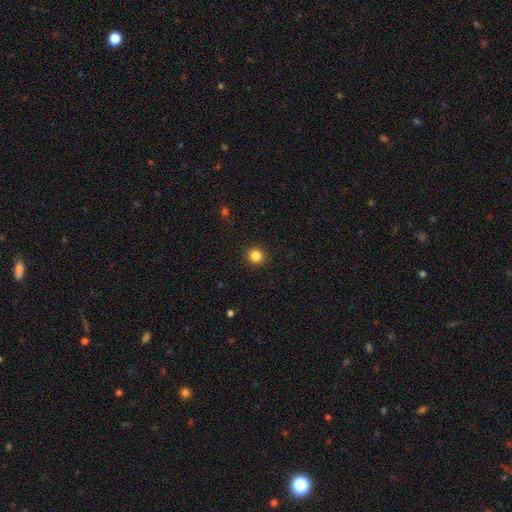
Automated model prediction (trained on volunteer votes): A smooth galaxy with no disk features (84%) that is round (94%).

Vote fractions:
- Smooth or featured? smooth: 84% / star or artifact: 11% / featured or disk: 4%
- How rounded? round: 94% / in between: 5% / cigar-shaped: 1%
- Merging? none: 93% / minor disturbance: 5% / major disturbance: 2% / merger: 1%